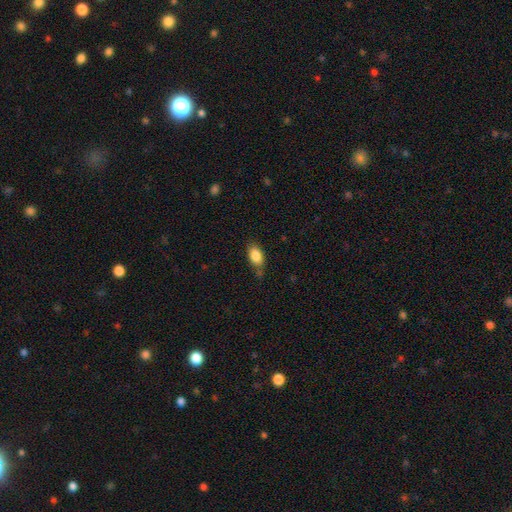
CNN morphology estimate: This is clearly a smooth galaxy (85%). How rounded: clearly in between (89%). Merging: likely none (70%).